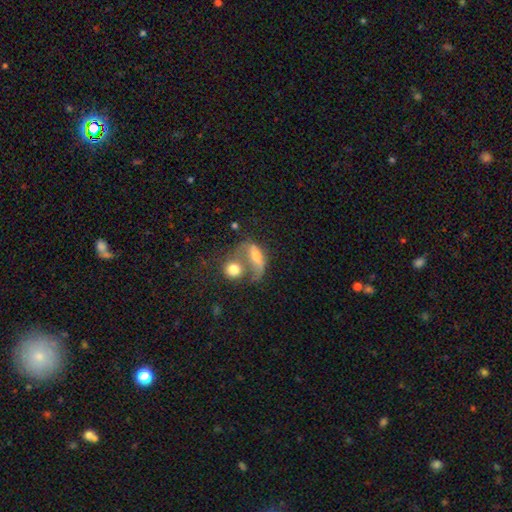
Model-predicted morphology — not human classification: Smooth or featured: smooth — 50% (featured or disk — 40%)
Merging: merger — 52% (major disturbance — 19%)